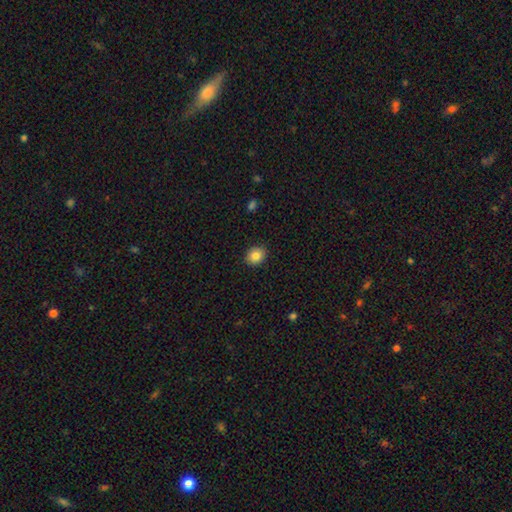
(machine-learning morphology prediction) Smooth or featured? Predicted: smooth (p=0.84). How rounded? Predicted: round (p=0.58). Merging? Predicted: none (p=0.89).